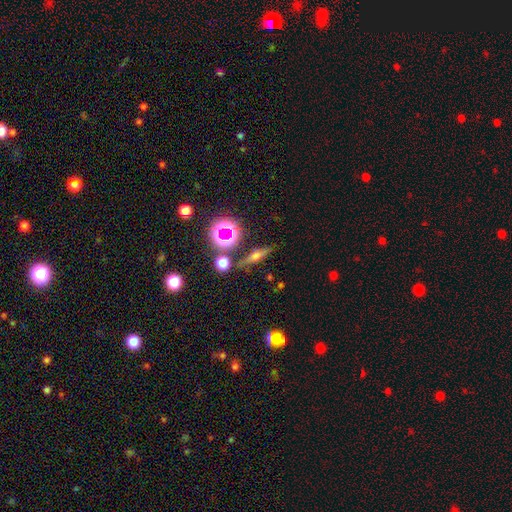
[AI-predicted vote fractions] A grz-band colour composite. It shows a featured or disk galaxy (45%). Merging: none (81%).